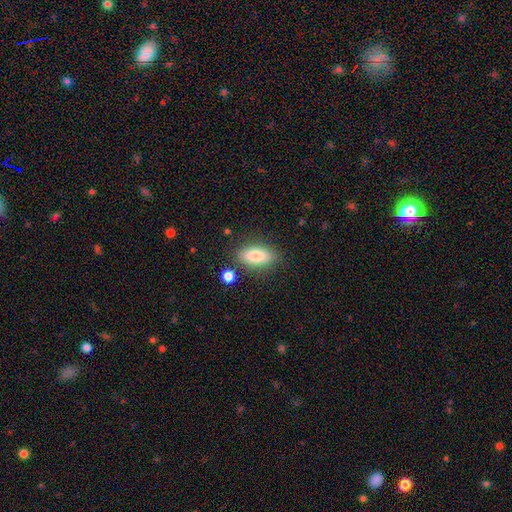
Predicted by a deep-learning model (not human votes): Smooth or featured? smooth (82%)
How rounded? in between (85%)
Merging? none (80%)